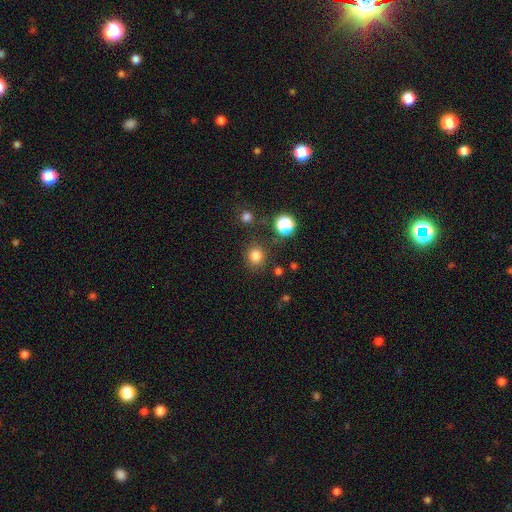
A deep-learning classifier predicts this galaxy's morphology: Smooth or featured? smooth (81%)
How rounded? round (87%)
Merging? none (83%)